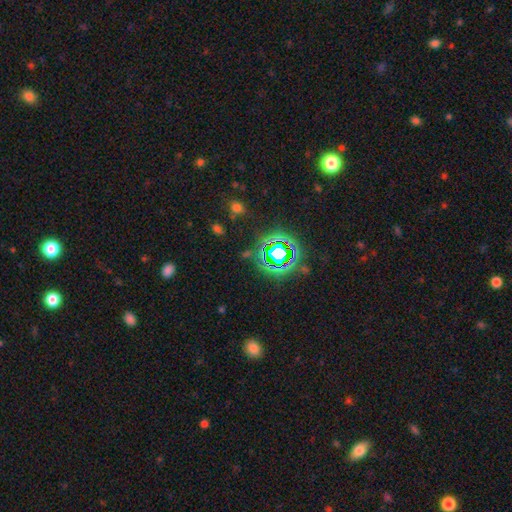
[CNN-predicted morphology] Smooth or featured: star or artifact — 77% (smooth — 16%)